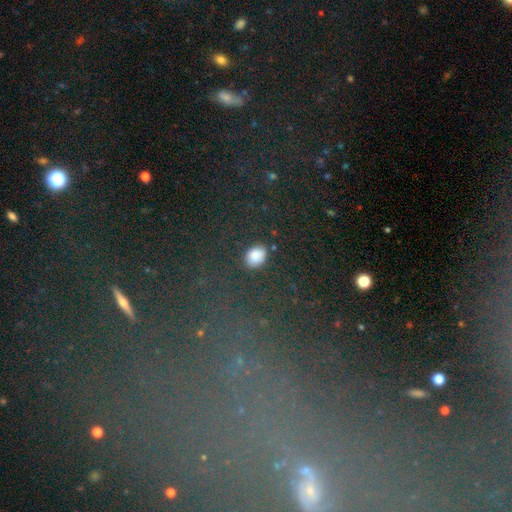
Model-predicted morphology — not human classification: Smooth or featured? Predicted: smooth (p=0.83). How rounded? Predicted: in between (p=0.65). Merging? Predicted: none (p=0.78).